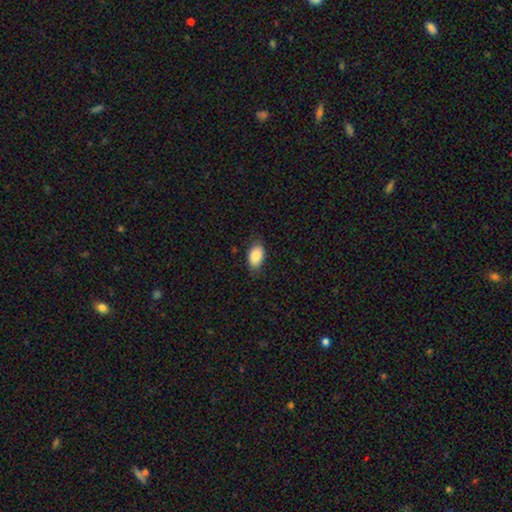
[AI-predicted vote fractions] This appears to be a smooth galaxy with no disk features (89%) that is in between round and cigar-shaped (91%). Merging: none (80%).